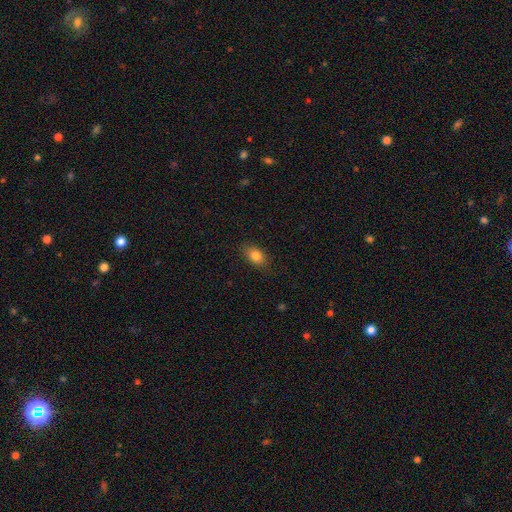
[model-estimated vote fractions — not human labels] Smooth or featured: smooth — 82% (star or artifact — 10%)
How rounded: in between — 82% (round — 15%)
Merging: none — 85% (minor disturbance — 11%)